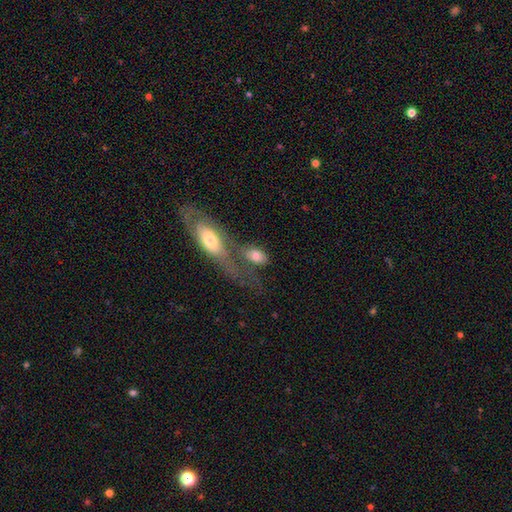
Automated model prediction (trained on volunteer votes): smooth 70%, featured or disk 22%, star or artifact 8%. Down the decision tree: how rounded — in between (84%); merging — merger (50%).